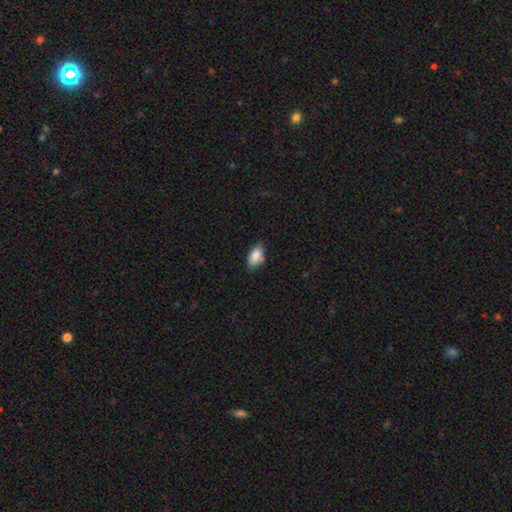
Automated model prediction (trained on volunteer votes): Smooth or featured?
  - smooth: 84% *
  - featured or disk: 9%
  - star or artifact: 7%
How rounded?
  - in between: 91% *
  - cigar-shaped: 5%
  - round: 4%
Merging?
  - none: 72% *
  - minor disturbance: 21%
  - merger: 4%
  - major disturbance: 3%